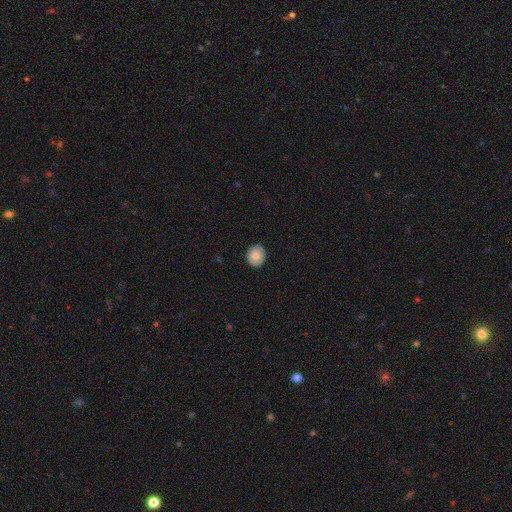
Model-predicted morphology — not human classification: smooth 85%, star or artifact 8%, featured or disk 7%. Down the decision tree: how rounded — round (73%); merging — none (90%).